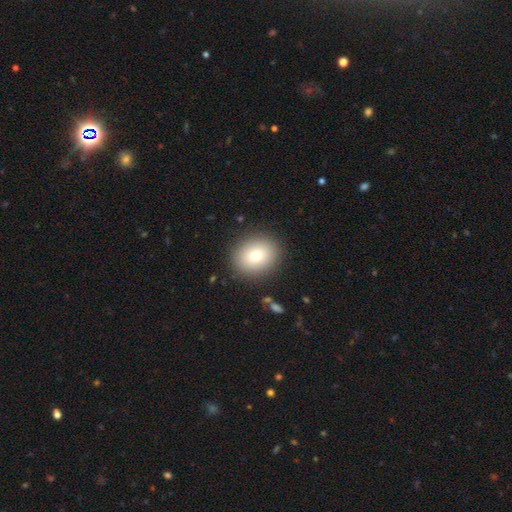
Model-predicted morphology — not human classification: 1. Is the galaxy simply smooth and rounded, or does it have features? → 82% smooth, 9% featured or disk, 9% star or artifact.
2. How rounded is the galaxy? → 63% round, 36% in between, 1% cigar-shaped.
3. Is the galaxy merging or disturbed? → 88% none, 8% minor disturbance, 3% major disturbance, 1% merger.